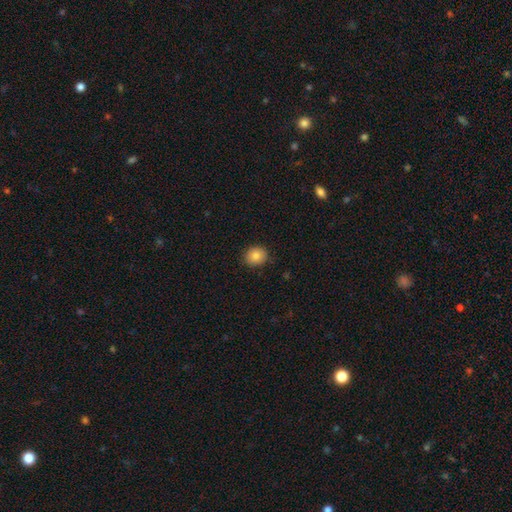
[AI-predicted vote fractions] The model was most divided on "how rounded": round: 73%, in between: 26%, cigar-shaped: 1%. More confident: merging — none (87%); smooth or featured — smooth (84%).